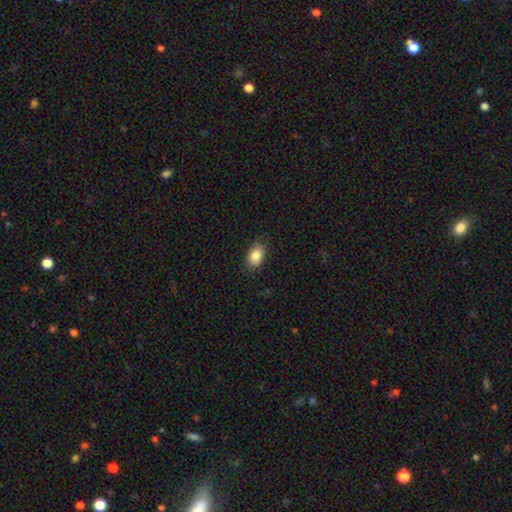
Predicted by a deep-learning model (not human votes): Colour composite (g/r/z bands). It shows a smooth galaxy with no disk features (86%) that is in between round and cigar-shaped (88%). Merging: none (86%).